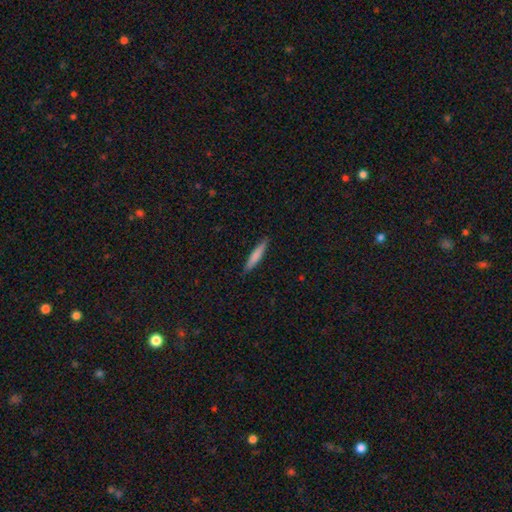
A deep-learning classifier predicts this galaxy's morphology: Q: Smooth or featured?
A: smooth (74%); runner-up: featured or disk (20%)
Q: How rounded?
A: cigar-shaped (91%); runner-up: in between (8%)
Q: Merging?
A: none (88%); runner-up: minor disturbance (9%)